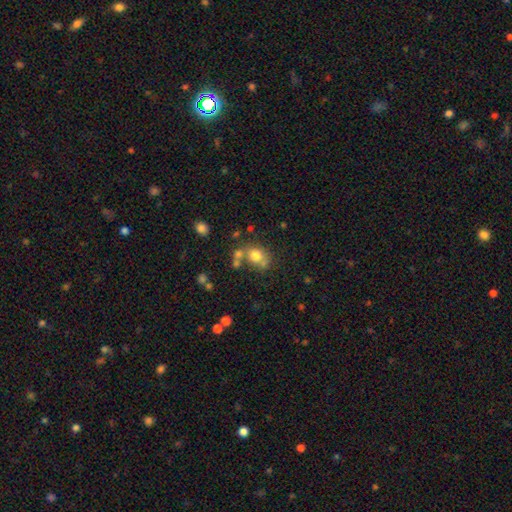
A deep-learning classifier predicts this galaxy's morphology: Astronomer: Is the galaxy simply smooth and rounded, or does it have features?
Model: smooth — 73%.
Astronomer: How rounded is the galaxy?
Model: round — 70%.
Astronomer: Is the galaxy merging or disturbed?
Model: none — 52% (runner-up: merger, 27%).